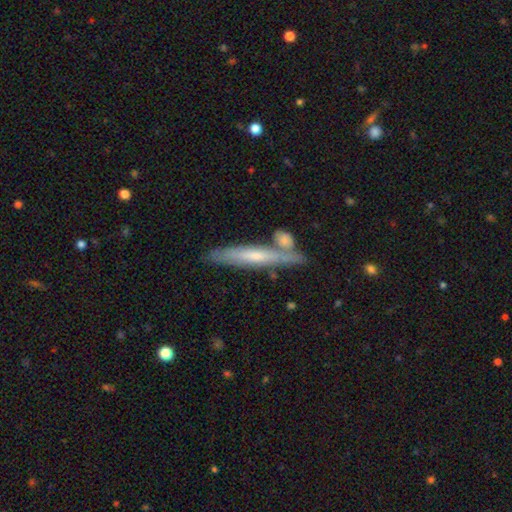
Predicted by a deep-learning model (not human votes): The model was most divided on "smooth or featured": featured or disk: 52%, smooth: 43%, star or artifact: 6%. More confident: edge-on disk — yes (84%); merging — none (67%).